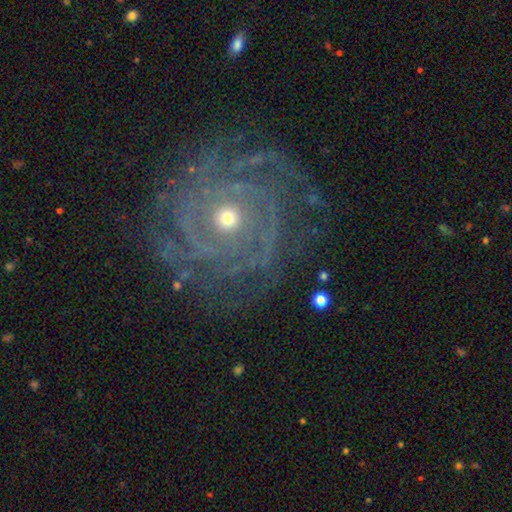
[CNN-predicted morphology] smooth-or-featured: featured or disk: 88% | star or artifact: 7% | smooth: 4%
  disk-edge-on: no: 97% | yes: 3%
    bar: no: 73% | weak: 19% | strong: 8%
    has-spiral-arms: yes: 97% | no: 3%
      spiral-winding: tight: 83% | medium: 14% | loose: 3%
      spiral-arm-count: can't tell: 25% | 3: 19% | 4: 17% | more than 4: 16% | 2: 14% | 1: 9%
    bulge-size: moderate: 49% | small: 47% | large: 2% | none: 1% | dominant: 1%
  merging: none: 80% | minor disturbance: 13% | major disturbance: 6% | merger: 1%